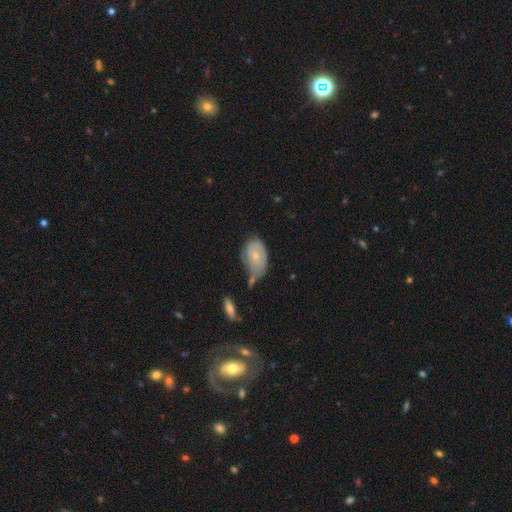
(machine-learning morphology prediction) Smooth or featured: smooth — 51% (featured or disk — 42%)
How rounded: in between — 86% (round — 13%)
Merging: none — 37% (minor disturbance — 36%)